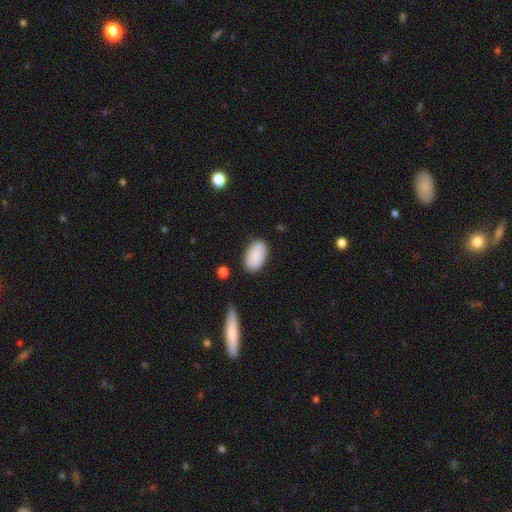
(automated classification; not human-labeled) The model was most divided on "merging": none: 85%, minor disturbance: 11%, major disturbance: 3%, merger: 2%. More confident: how rounded — in between (95%); smooth or featured — smooth (89%).